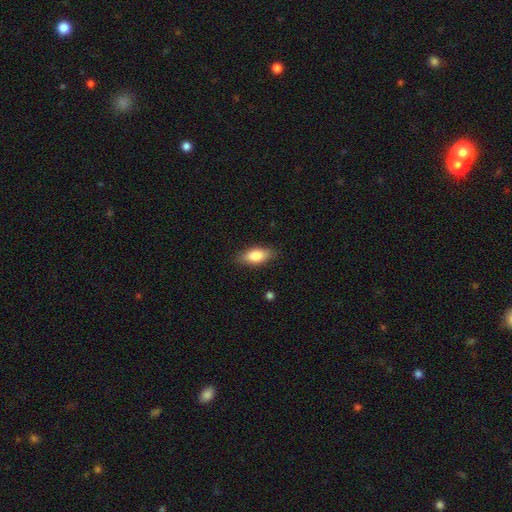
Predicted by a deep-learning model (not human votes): smooth_or_featured: smooth (p=0.82) [alt: featured or disk p=0.11]
how_rounded: in between (p=0.85) [alt: cigar-shaped p=0.12]
merging: none (p=0.84) [alt: minor disturbance p=0.12]